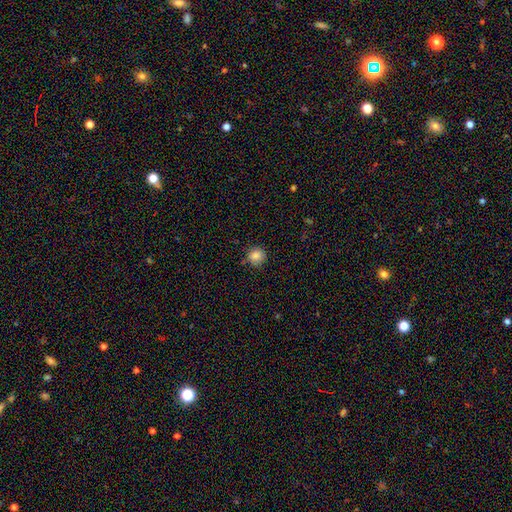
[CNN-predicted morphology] smooth 83%, star or artifact 10%, featured or disk 7%. Down the decision tree: how rounded — round (94%); merging — none (88%).